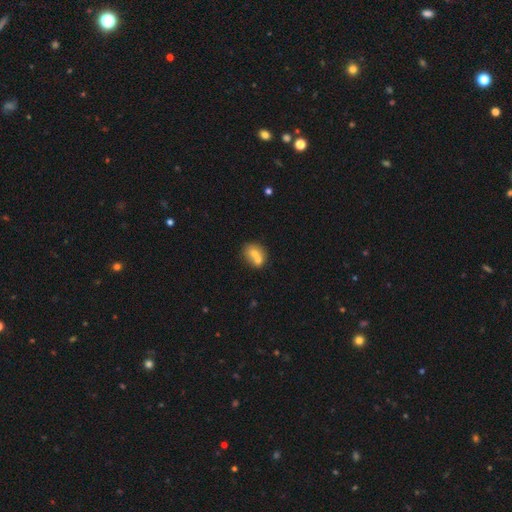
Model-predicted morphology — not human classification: The model was most divided on "how rounded": round: 57%, in between: 42%, cigar-shaped: 1%. More confident: smooth or featured — smooth (66%); merging — merger (62%).